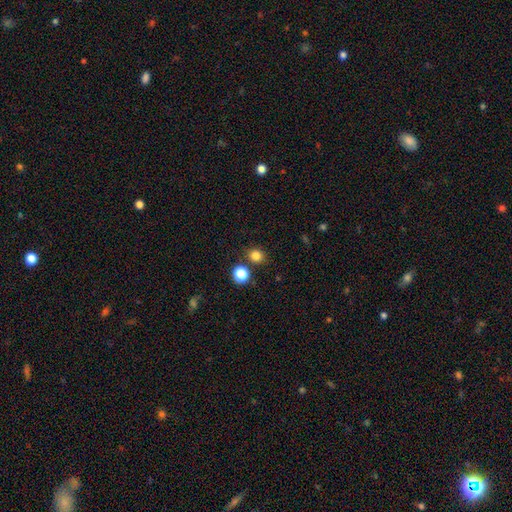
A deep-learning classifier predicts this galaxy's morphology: Q: Smooth or featured?
A: smooth (81%); runner-up: star or artifact (14%)
Q: How rounded?
A: round (80%); runner-up: in between (19%)
Q: Merging?
A: none (81%); runner-up: minor disturbance (8%)